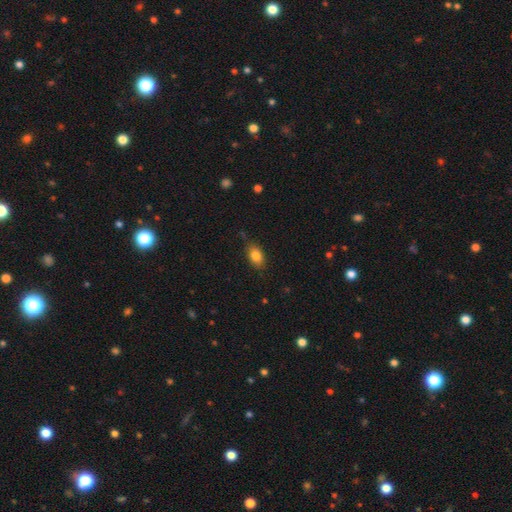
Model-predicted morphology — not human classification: Overall: smooth (83%). How rounded: in between (86%). Merging: none (78%).